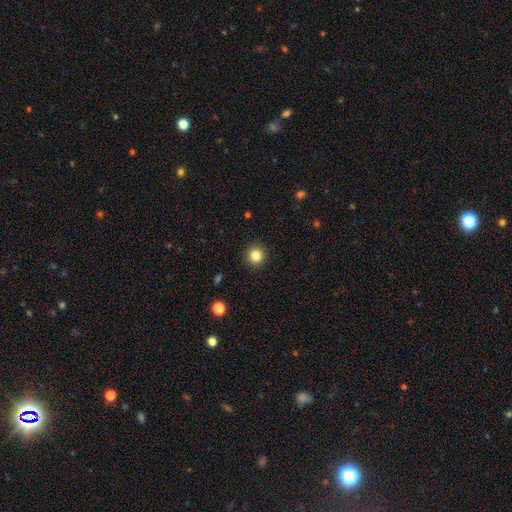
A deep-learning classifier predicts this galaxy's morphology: type=smooth (84%); roundness=round (93%); merging=none (92%).